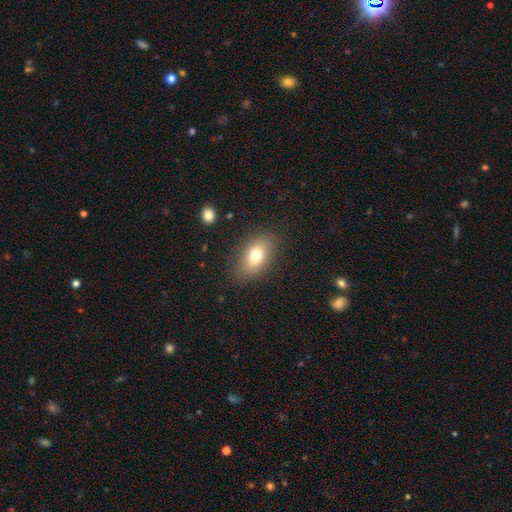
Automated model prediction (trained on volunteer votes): smooth 74%, featured or disk 16%, star or artifact 10%. Down the decision tree: how rounded — in between (86%); merging — none (83%).